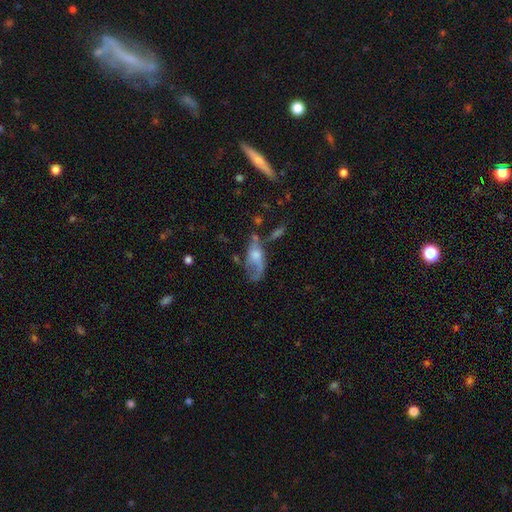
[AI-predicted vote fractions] Smooth or featured?
  - featured or disk: 48% *
  - smooth: 42%
  - star or artifact: 9%
Merging?
  - major disturbance: 38% *
  - none: 27%
  - minor disturbance: 22%
  - merger: 13%